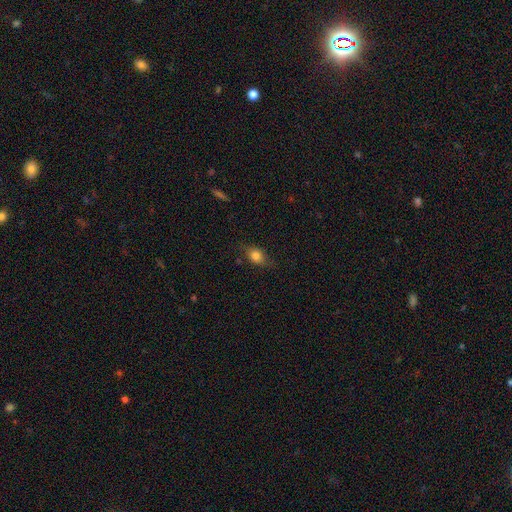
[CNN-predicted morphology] This appears to be a smooth galaxy with no disk features (77%) that is in between round and cigar-shaped (64%). Merging: none (70%).